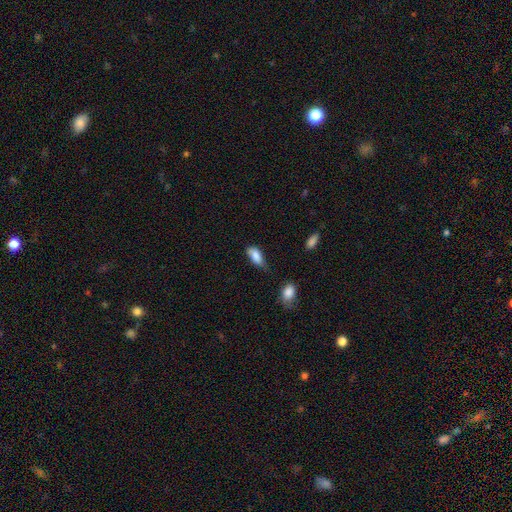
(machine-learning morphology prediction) Smooth or featured?
  - smooth: 83% *
  - featured or disk: 10%
  - star or artifact: 8%
How rounded?
  - in between: 85% *
  - cigar-shaped: 11%
  - round: 3%
Merging?
  - none: 41% * (tied)
  - minor disturbance: 41% * (tied)
  - major disturbance: 12%
  - merger: 5%